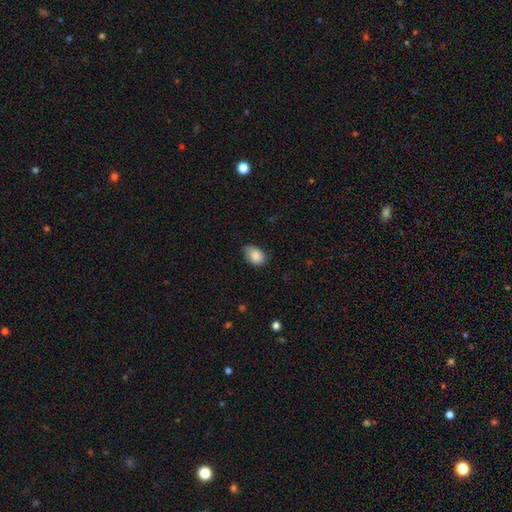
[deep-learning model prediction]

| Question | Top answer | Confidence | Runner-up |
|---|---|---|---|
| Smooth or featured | smooth | 85% | star or artifact (8%) |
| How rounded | in between | 80% | round (19%) |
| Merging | none | 61% | minor disturbance (33%) |